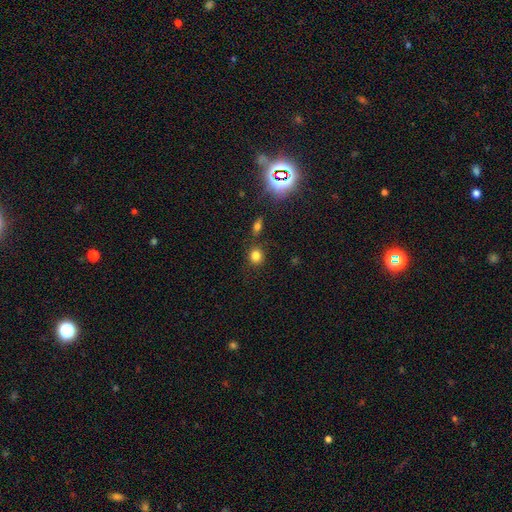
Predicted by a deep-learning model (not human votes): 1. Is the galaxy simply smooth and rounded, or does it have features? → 80% smooth, 14% star or artifact, 6% featured or disk.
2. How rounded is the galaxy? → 78% round, 20% in between, 1% cigar-shaped.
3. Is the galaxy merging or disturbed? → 79% none, 10% minor disturbance, 7% merger, 4% major disturbance.